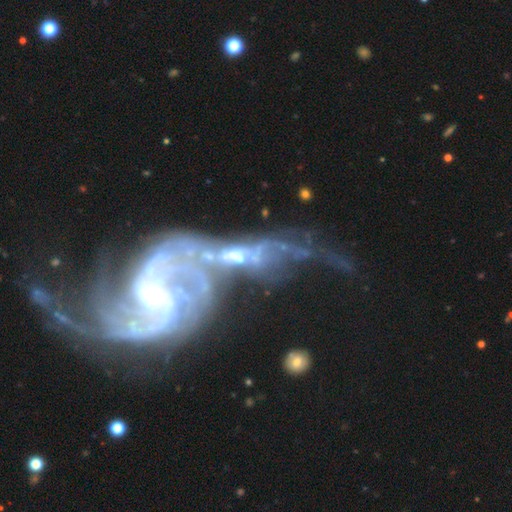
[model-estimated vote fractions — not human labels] Smooth or featured?
  - featured or disk: 71% *
  - smooth: 15%
  - star or artifact: 14%
Edge-on disk?
  - no: 85% *
  - yes: 15%
Bar?
  - no: 66% *
  - weak: 21%
  - strong: 13%
Spiral arms?
  - yes: 53% *
  - no: 47%
Bulge size?
  - moderate: 32% * (tied)
  - small: 32% * (tied)
  - none: 27%
  - large: 7%
  - dominant: 3%
Merging?
  - merger: 43% *
  - major disturbance: 31%
  - none: 16%
  - minor disturbance: 10%